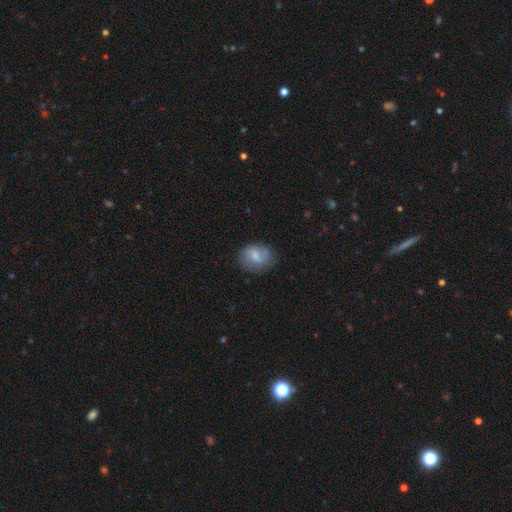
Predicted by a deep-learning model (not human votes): smooth-or-featured: smooth: 53% | featured or disk: 39% | star or artifact: 8%
  how-rounded: round: 53% | in between: 46% | cigar-shaped: 1%
  merging: none: 72% | minor disturbance: 19% | major disturbance: 7% | merger: 2%